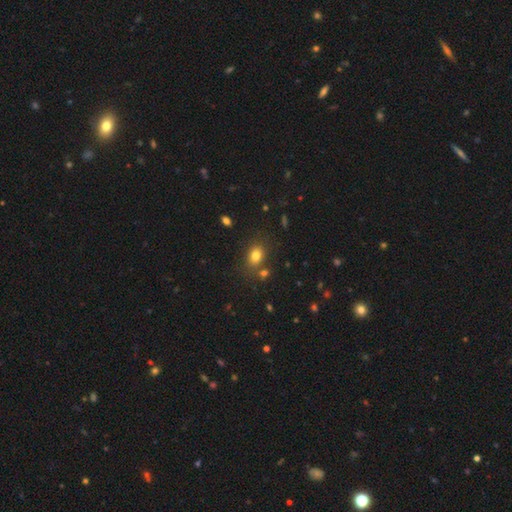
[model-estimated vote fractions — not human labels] smooth 78%, star or artifact 13%, featured or disk 9%. Down the decision tree: how rounded — in between (63%); merging — none (74%).